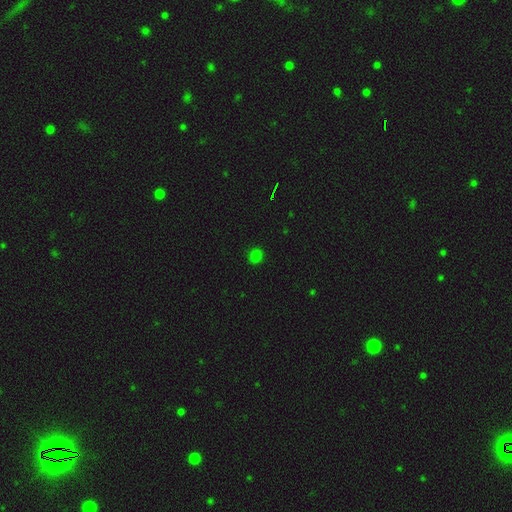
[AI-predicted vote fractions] Smooth or featured: smooth — 78% (star or artifact — 18%)
How rounded: round — 81% (in between — 18%)
Merging: none — 90% (minor disturbance — 7%)